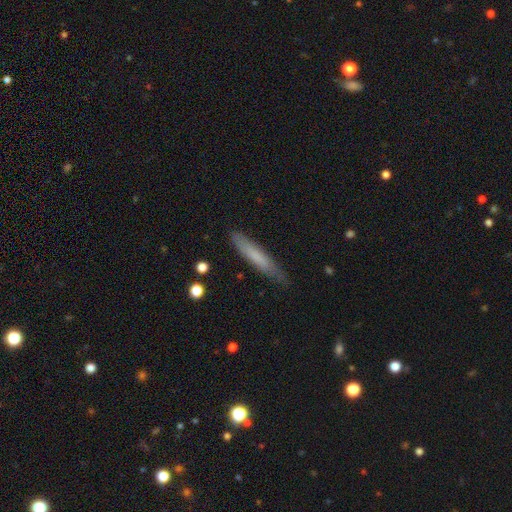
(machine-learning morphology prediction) This appears to be a smooth galaxy with no disk features (69%) that is cigar-shaped (90%). Merging: none (79%).